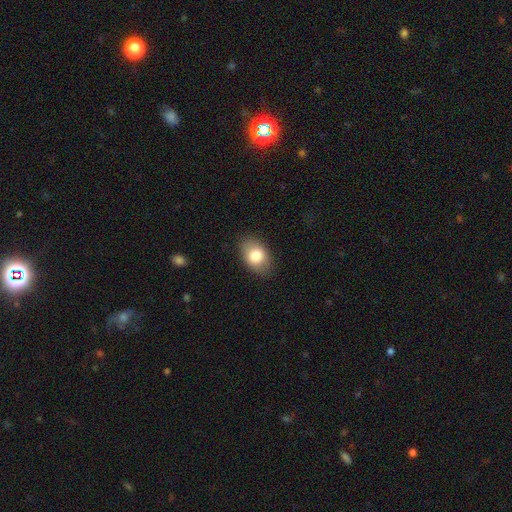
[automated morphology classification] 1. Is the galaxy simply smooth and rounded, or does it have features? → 80% smooth, 13% featured or disk, 7% star or artifact.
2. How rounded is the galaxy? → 85% in between, 14% round, 1% cigar-shaped.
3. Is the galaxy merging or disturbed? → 84% none, 11% minor disturbance, 3% major disturbance, 1% merger.